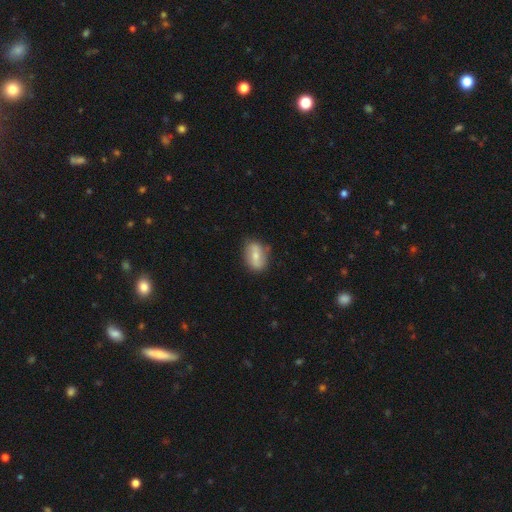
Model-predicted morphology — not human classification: Overall: smooth (54%; featured or disk 39%). How rounded: in between (79%). Merging: none (76%).